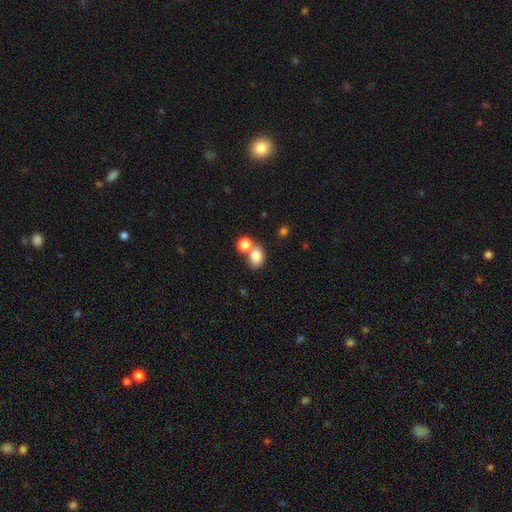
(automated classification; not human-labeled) Smooth or featured? Predicted: smooth (p=0.81). How rounded? Predicted: in between (p=0.54). Merging? Predicted: none (p=0.48).